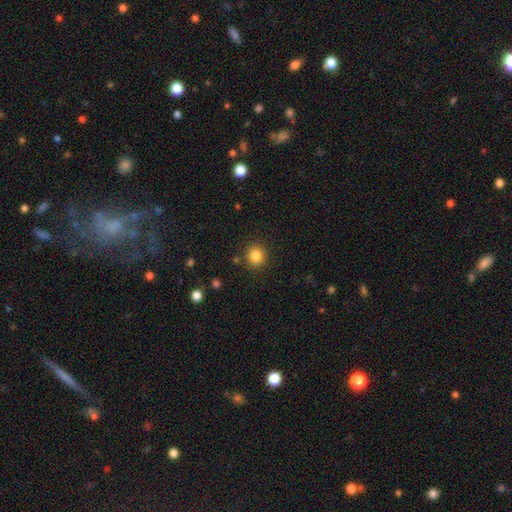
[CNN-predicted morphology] The model was most divided on "smooth or featured": smooth: 84%, star or artifact: 11%, featured or disk: 5%. More confident: how rounded — round (91%); merging — none (89%).